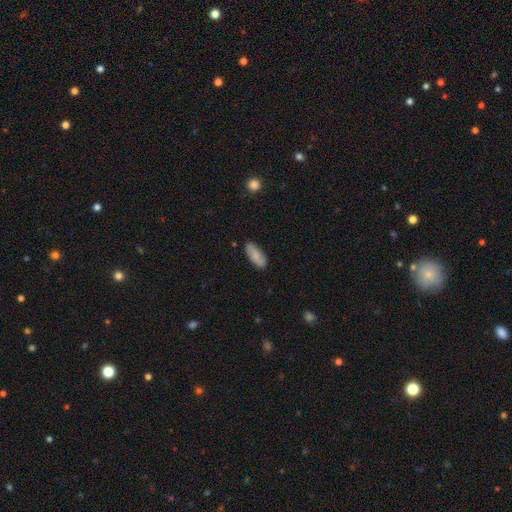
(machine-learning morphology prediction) smooth 81%, featured or disk 13%, star or artifact 6%. Down the decision tree: how rounded — in between (83%); merging — none (84%).